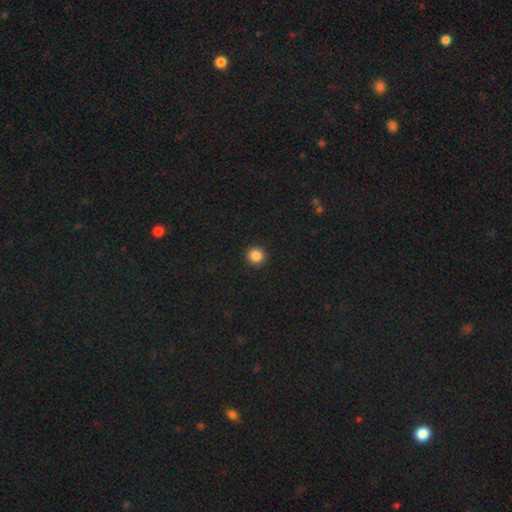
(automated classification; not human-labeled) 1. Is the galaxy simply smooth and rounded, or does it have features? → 87% smooth, 11% star or artifact, 3% featured or disk.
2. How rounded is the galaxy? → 93% round, 6% in between, 1% cigar-shaped.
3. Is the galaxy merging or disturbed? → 93% none, 4% minor disturbance, 2% major disturbance, 1% merger.